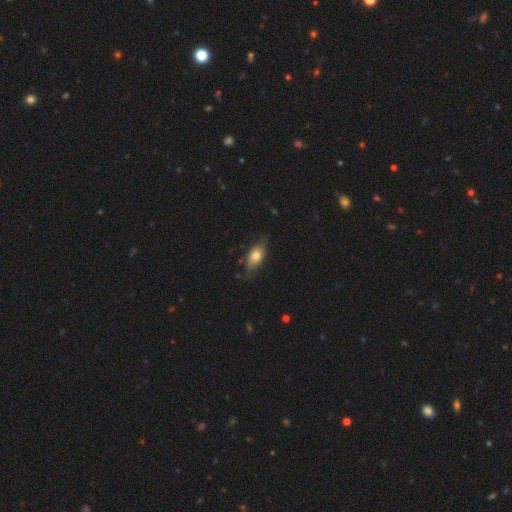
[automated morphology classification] Q: Smooth or featured?
A: smooth (72%); runner-up: featured or disk (22%)
Q: How rounded?
A: in between (85%); runner-up: cigar-shaped (10%)
Q: Merging?
A: none (72%); runner-up: minor disturbance (22%)